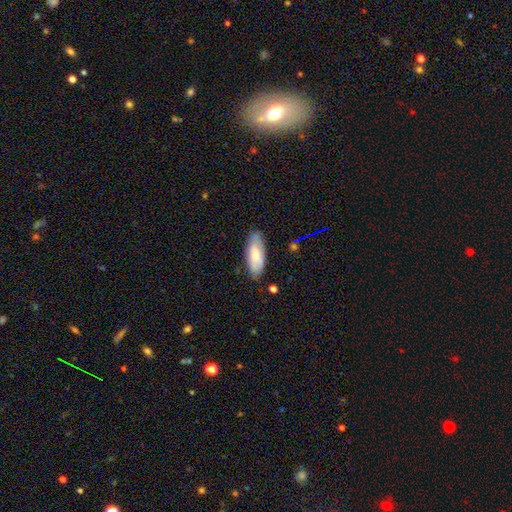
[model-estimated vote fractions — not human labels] The model was most divided on "smooth or featured": smooth: 72%, featured or disk: 22%, star or artifact: 6%. More confident: merging — none (80%); how rounded — in between (77%).